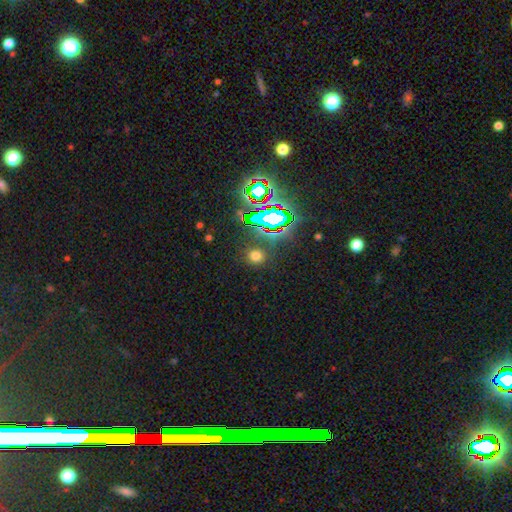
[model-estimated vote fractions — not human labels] This is likely a smooth galaxy (62%). How rounded: clearly round (83%). Merging: clearly none (87%).